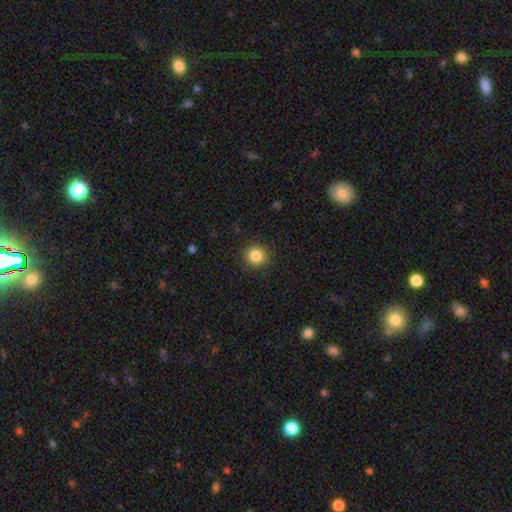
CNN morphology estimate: This appears to be a smooth galaxy with no disk features (85%) that is round (94%). Merging: none (91%).